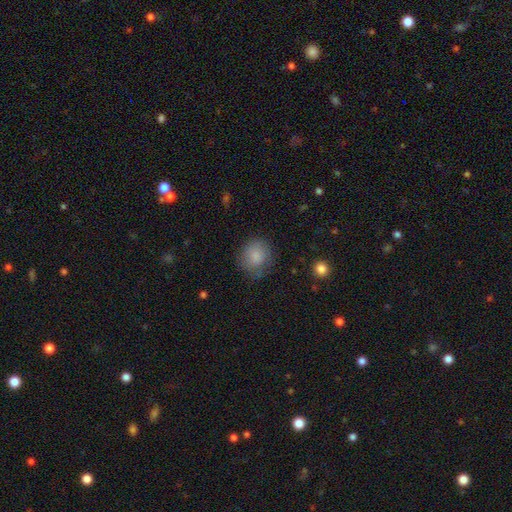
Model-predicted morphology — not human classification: smooth 84%, star or artifact 8%, featured or disk 7%. Down the decision tree: how rounded — round (76%); merging — none (70%).